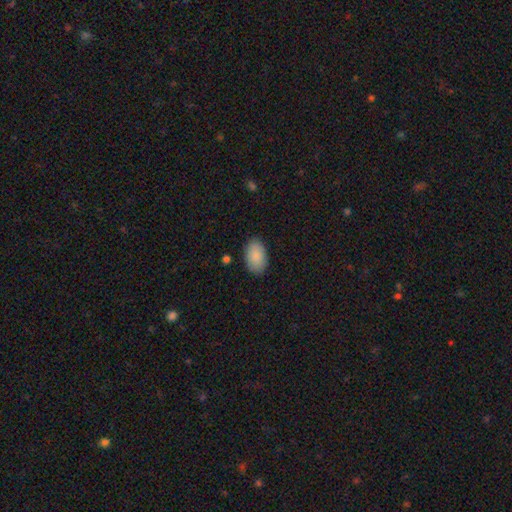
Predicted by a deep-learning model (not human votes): smooth-or-featured: smooth: 89% | star or artifact: 6% | featured or disk: 5%
  how-rounded: in between: 93% | round: 6% | cigar-shaped: 1%
  merging: none: 87% | minor disturbance: 10% | major disturbance: 2% | merger: 1%